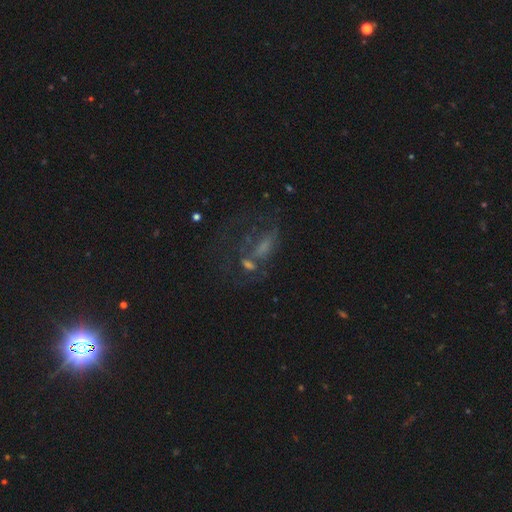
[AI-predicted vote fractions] Smooth or featured: featured or disk — 44% (star or artifact — 32%)
Merging: none — 35% (major disturbance — 31%)